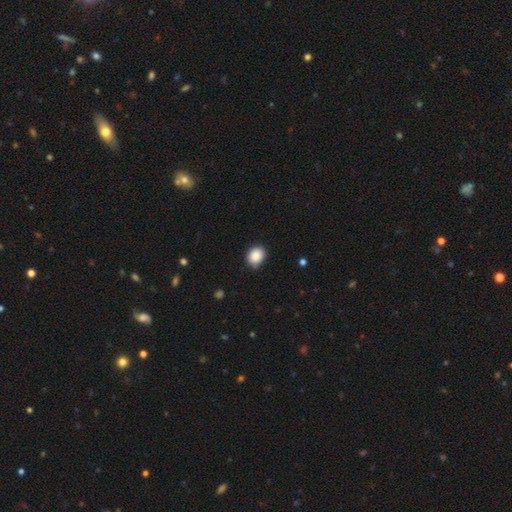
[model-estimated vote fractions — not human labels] This is clearly a smooth galaxy (89%). How rounded: possibly round (56%). Merging: likely none (79%).